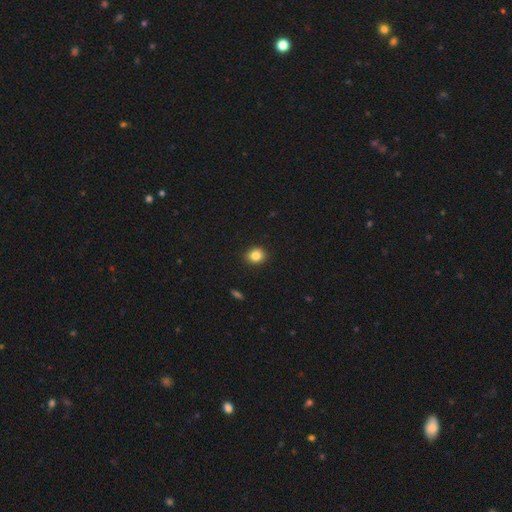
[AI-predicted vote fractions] The model was most divided on "how rounded": round: 71%, in between: 28%, cigar-shaped: 1%. More confident: merging — none (91%); smooth or featured — smooth (84%).